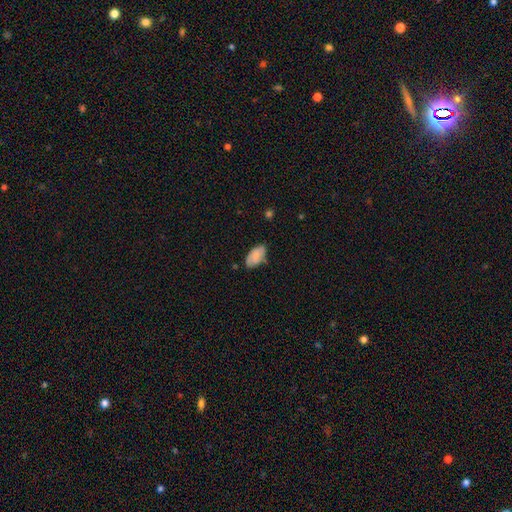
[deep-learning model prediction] Smooth or featured? Predicted: smooth (p=0.75). How rounded? Predicted: in between (p=0.94). Merging? Predicted: none (p=0.69).